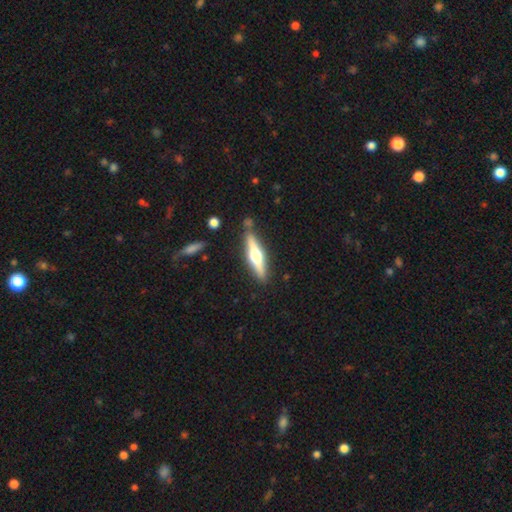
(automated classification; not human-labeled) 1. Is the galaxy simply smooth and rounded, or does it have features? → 67% featured or disk, 28% smooth, 5% star or artifact.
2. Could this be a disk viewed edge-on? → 96% yes, 4% no.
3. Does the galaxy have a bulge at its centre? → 94% rounded, 4% boxy, 2% none.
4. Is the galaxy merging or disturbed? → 84% none, 10% minor disturbance, 4% merger, 2% major disturbance.